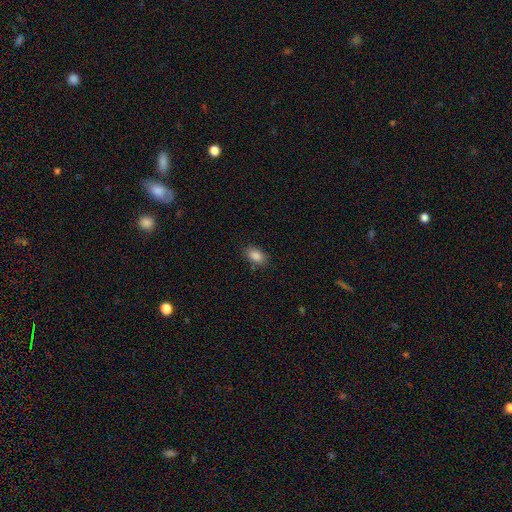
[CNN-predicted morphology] smooth 87%, star or artifact 8%, featured or disk 5%. Down the decision tree: how rounded — in between (89%); merging — none (85%).